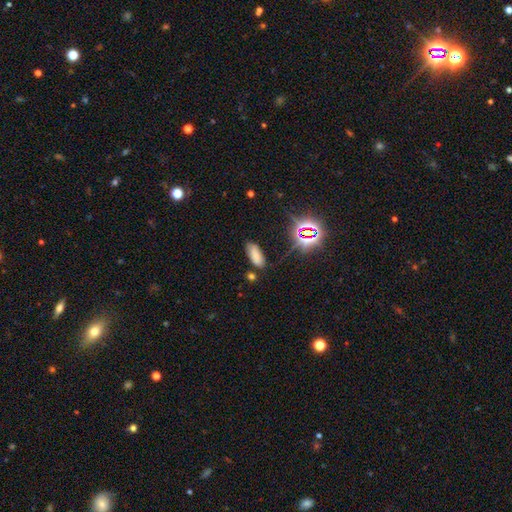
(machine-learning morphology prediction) This is likely a smooth galaxy (70%). How rounded: clearly in between (84%). Merging: likely none (75%).